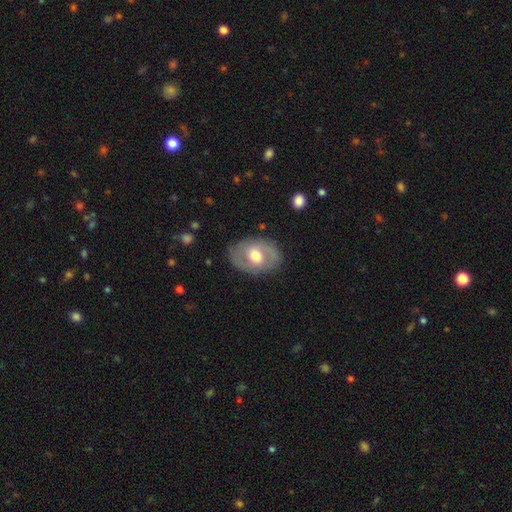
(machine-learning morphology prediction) This appears to be a featured or disk galaxy (54%) with no bar (52%), no spiral arms (58%) and a moderate central bulge (71%). Merging: none (80%).